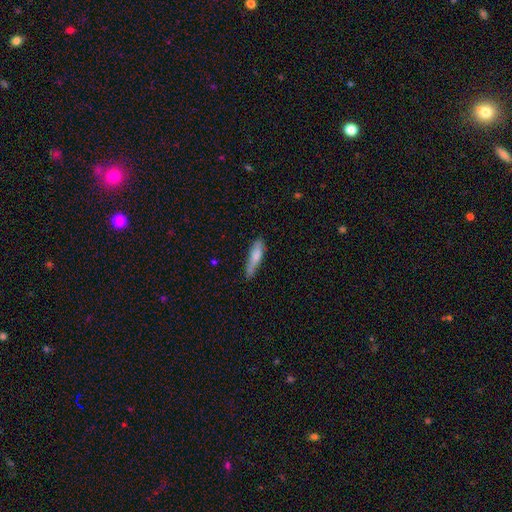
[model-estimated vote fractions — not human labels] Smooth or featured?
  - smooth: 76% *
  - featured or disk: 18%
  - star or artifact: 6%
How rounded?
  - cigar-shaped: 73% *
  - in between: 25%
  - round: 2%
Merging?
  - none: 60% *
  - minor disturbance: 30%
  - major disturbance: 7%
  - merger: 3%